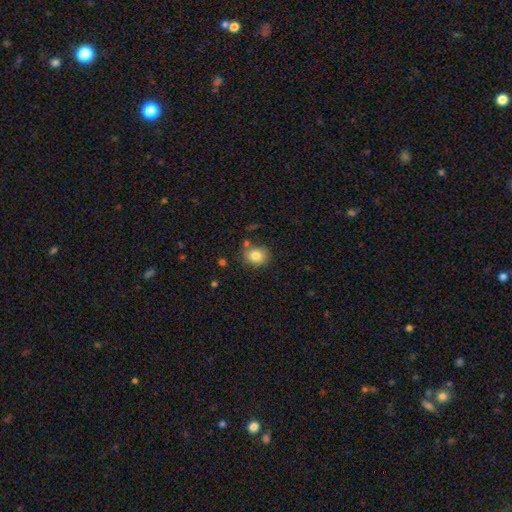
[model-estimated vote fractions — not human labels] Q: Smooth or featured?
A: smooth (82%); runner-up: star or artifact (10%)
Q: How rounded?
A: round (61%); runner-up: in between (39%)
Q: Merging?
A: none (75%); runner-up: minor disturbance (14%)